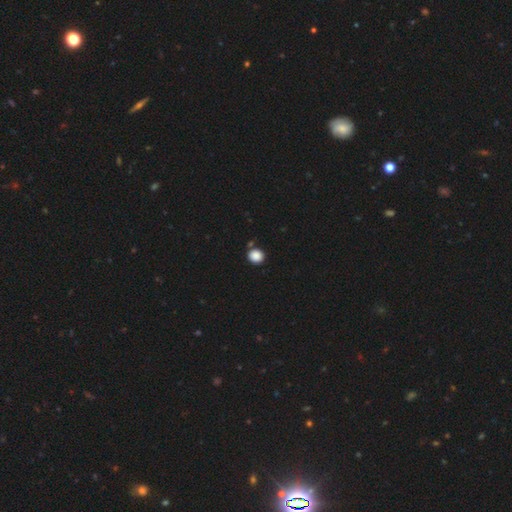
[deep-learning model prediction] This is clearly a smooth galaxy (87%). How rounded: clearly round (82%). Merging: clearly none (83%).